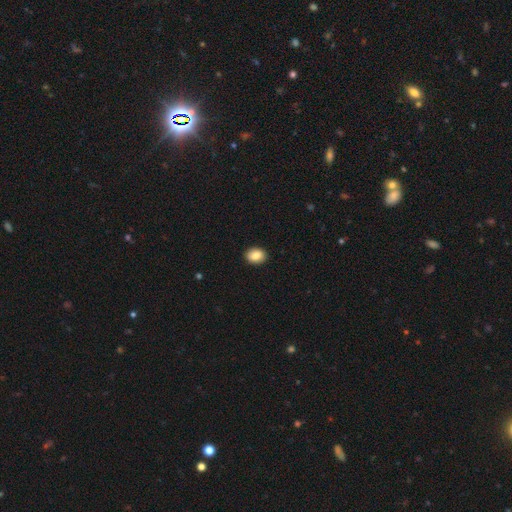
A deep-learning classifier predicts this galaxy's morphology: Smooth or featured? Predicted: smooth (p=0.84). How rounded? Predicted: in between (p=0.60). Merging? Predicted: none (p=0.92).